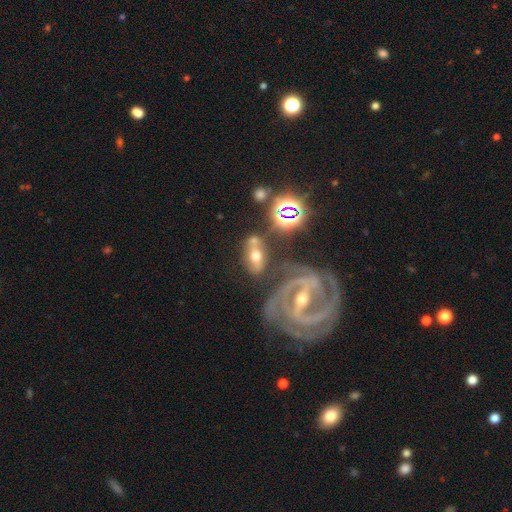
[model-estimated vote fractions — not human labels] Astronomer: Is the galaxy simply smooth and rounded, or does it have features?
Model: featured or disk — 47% (runner-up: smooth, 38%).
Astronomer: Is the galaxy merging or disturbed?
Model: none — 49% (runner-up: merger, 24%).